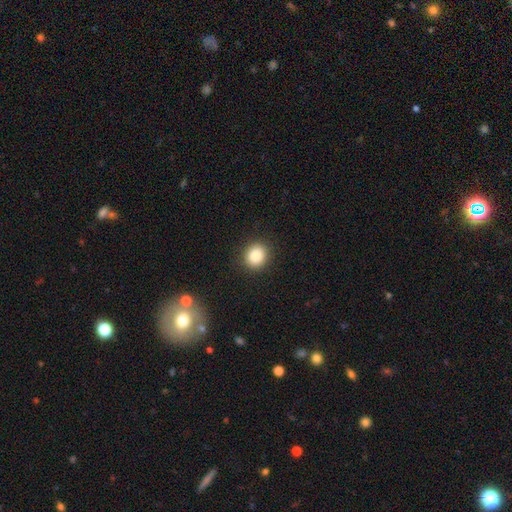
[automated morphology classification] smooth-or-featured: smooth: 85% | star or artifact: 10% | featured or disk: 5%
  how-rounded: round: 80% | in between: 19% | cigar-shaped: 1%
  merging: none: 91% | minor disturbance: 6% | major disturbance: 2% | merger: 1%